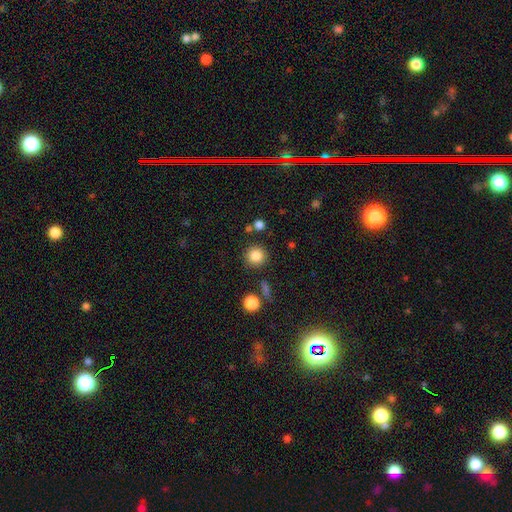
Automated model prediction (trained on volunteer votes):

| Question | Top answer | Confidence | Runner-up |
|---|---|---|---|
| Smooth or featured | smooth | 85% | star or artifact (10%) |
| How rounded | round | 93% | in between (6%) |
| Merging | none | 85% | minor disturbance (7%) |